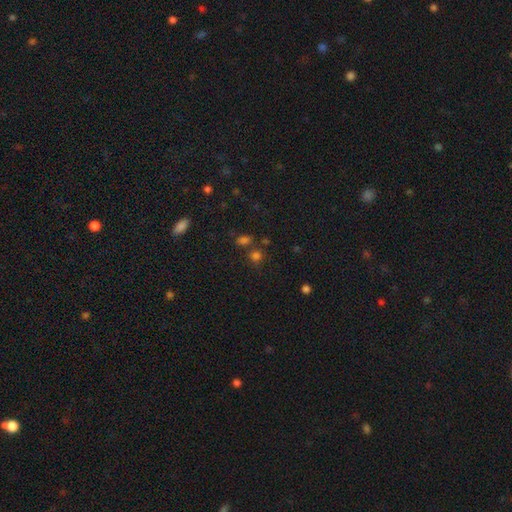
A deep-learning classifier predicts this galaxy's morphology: smooth-or-featured: smooth: 68% | star or artifact: 26% | featured or disk: 6%
  how-rounded: round: 77% | in between: 22% | cigar-shaped: 1%
  merging: none: 65% | merger: 19% | minor disturbance: 11% | major disturbance: 5%